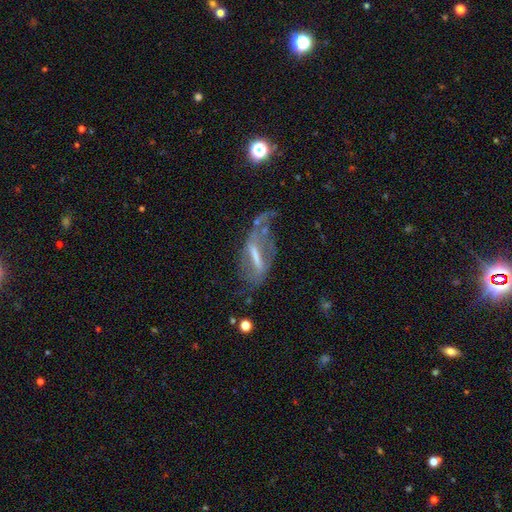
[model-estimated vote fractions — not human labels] Smooth or featured?
  - featured or disk: 69% *
  - smooth: 20%
  - star or artifact: 11%
Edge-on disk?
  - no: 83% *
  - yes: 17%
Bar?
  - strong: 62% *
  - weak: 26%
  - no: 11%
Spiral arms?
  - yes: 59% *
  - no: 41%
Bulge size?
  - none: 35% *
  - moderate: 30%
  - small: 26%
  - large: 7%
  - dominant: 2%
Merging?
  - major disturbance: 37% *
  - none: 34%
  - minor disturbance: 21%
  - merger: 8%